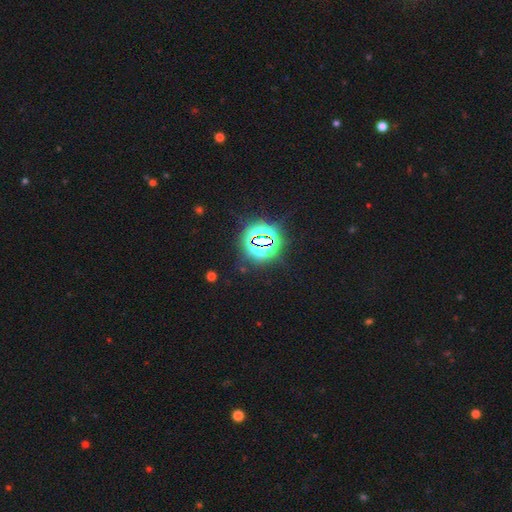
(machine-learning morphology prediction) smooth_or_featured: star or artifact (p=0.79) [alt: smooth p=0.15]